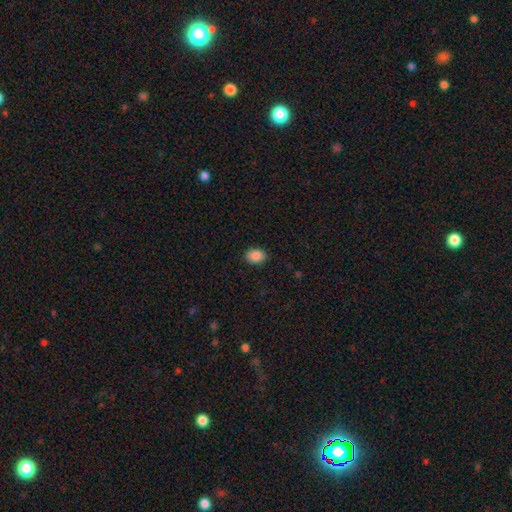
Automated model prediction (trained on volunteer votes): smooth-or-featured: smooth: 88% | star or artifact: 9% | featured or disk: 4%
  how-rounded: in between: 71% | round: 28% | cigar-shaped: 1%
  merging: none: 89% | minor disturbance: 8% | major disturbance: 2% | merger: 1%